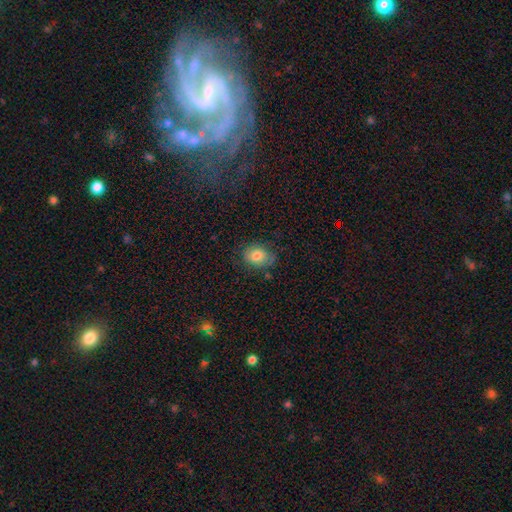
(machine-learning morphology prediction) type=smooth (79%); roundness=in between (54%); merging=none (75%).